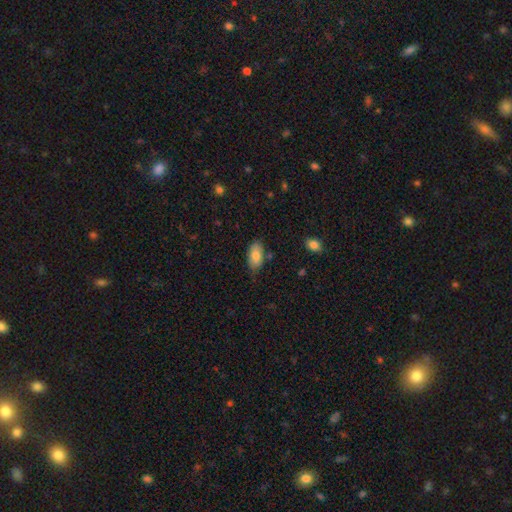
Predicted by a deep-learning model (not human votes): Q: Smooth or featured?
A: smooth (81%); runner-up: featured or disk (12%)
Q: How rounded?
A: in between (93%); runner-up: cigar-shaped (3%)
Q: Merging?
A: none (76%); runner-up: minor disturbance (18%)